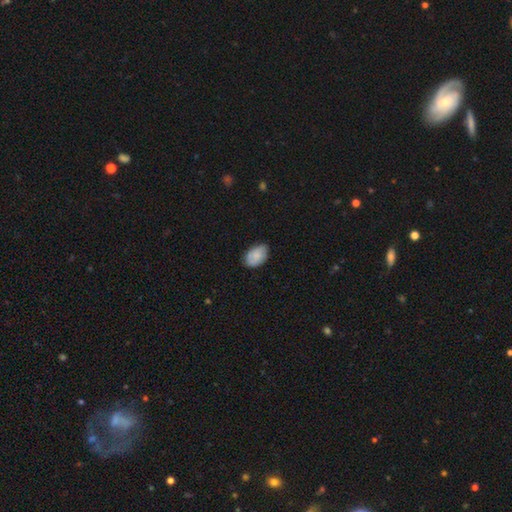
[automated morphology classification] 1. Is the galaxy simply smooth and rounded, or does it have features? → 73% smooth, 20% featured or disk, 7% star or artifact.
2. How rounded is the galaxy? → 90% in between, 9% round, 1% cigar-shaped.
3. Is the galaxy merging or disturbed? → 76% none, 19% minor disturbance, 3% major disturbance, 1% merger.